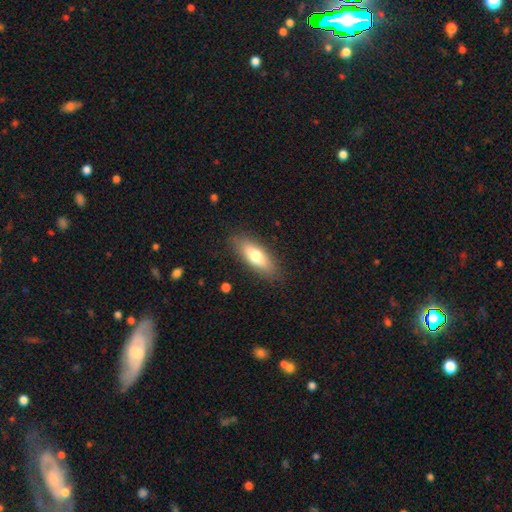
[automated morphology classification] smooth 70%, featured or disk 23%, star or artifact 7%. Down the decision tree: how rounded — in between (66%); merging — none (85%).